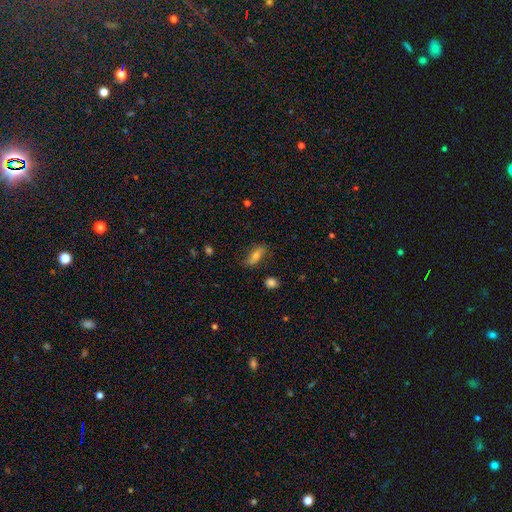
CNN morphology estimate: A smooth galaxy with no disk features (64%) that is in between round and cigar-shaped (68%). Merging: none (79%).